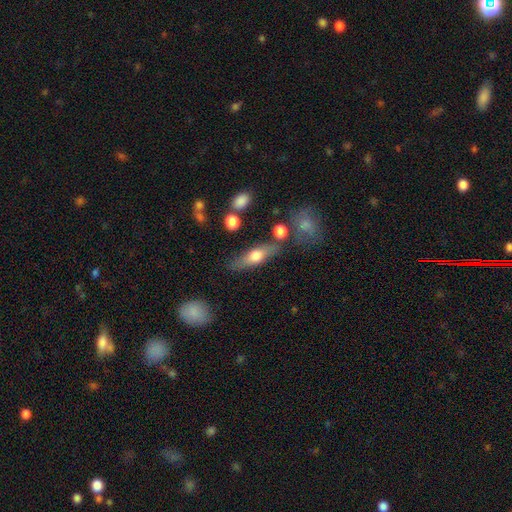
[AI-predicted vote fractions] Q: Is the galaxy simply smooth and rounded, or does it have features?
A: smooth — 55%.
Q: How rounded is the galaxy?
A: cigar-shaped — 51%.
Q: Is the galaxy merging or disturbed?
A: none — 74%.